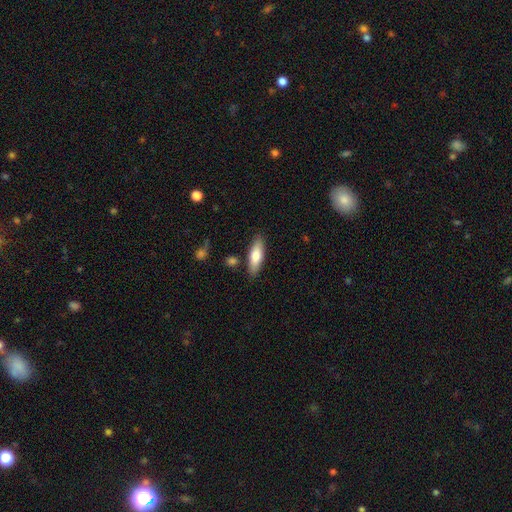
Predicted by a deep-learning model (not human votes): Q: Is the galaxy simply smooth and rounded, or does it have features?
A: smooth — 73%.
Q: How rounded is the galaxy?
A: in between — 54%.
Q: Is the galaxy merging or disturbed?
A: none — 84%.